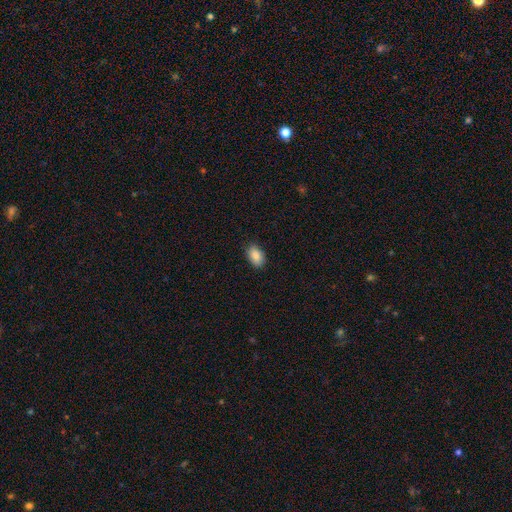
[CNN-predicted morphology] Smooth or featured? Predicted: smooth (p=0.88). How rounded? Predicted: in between (p=0.90). Merging? Predicted: none (p=0.86).